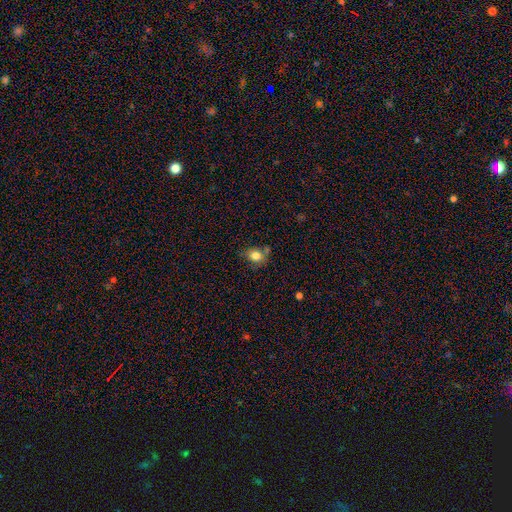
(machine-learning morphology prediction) smooth-or-featured: smooth: 82% | star or artifact: 10% | featured or disk: 8%
  how-rounded: round: 53% | in between: 46% | cigar-shaped: 1%
  merging: none: 64% | minor disturbance: 21% | merger: 10% | major disturbance: 6%